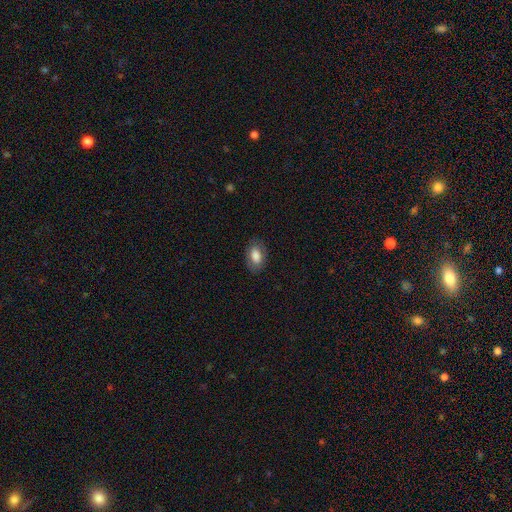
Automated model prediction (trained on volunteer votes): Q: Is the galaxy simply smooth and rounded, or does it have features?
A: smooth — 77%.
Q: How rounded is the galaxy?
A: in between — 91%.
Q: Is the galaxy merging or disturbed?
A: none — 83%.